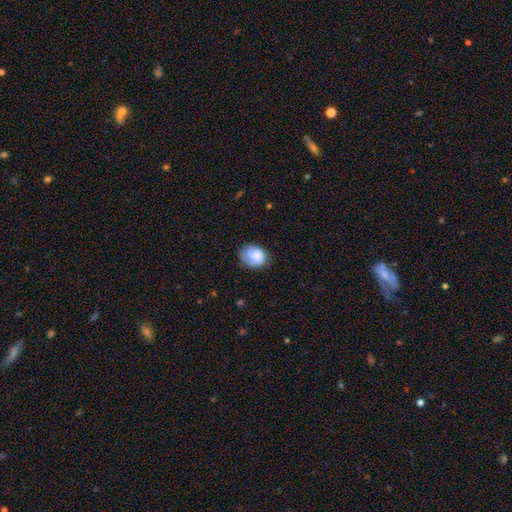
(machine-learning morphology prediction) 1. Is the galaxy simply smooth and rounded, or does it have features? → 72% smooth, 21% featured or disk, 7% star or artifact.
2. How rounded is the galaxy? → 54% in between, 45% round, 1% cigar-shaped.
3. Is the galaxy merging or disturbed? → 64% none, 26% minor disturbance, 9% major disturbance, 1% merger.